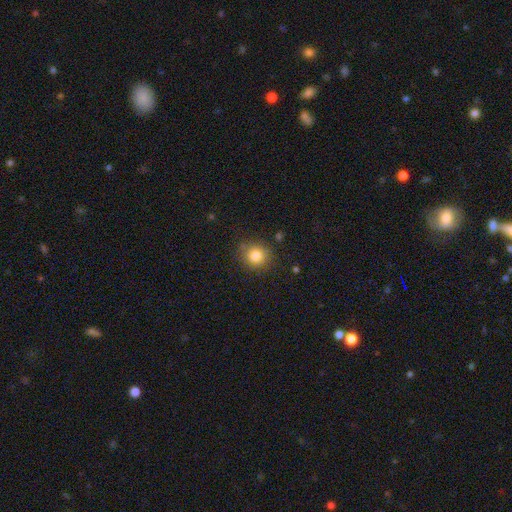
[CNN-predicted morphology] Overall: smooth (82%). How rounded: round (87%). Merging: none (82%).